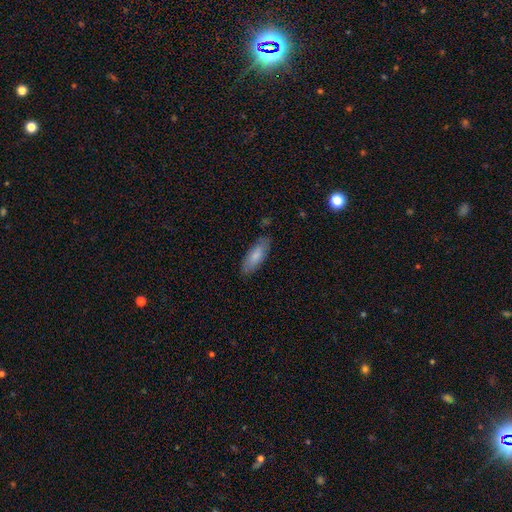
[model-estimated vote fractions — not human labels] This appears to be a smooth galaxy with no disk features (79%) that is in between round and cigar-shaped (67%). Merging: none (83%).